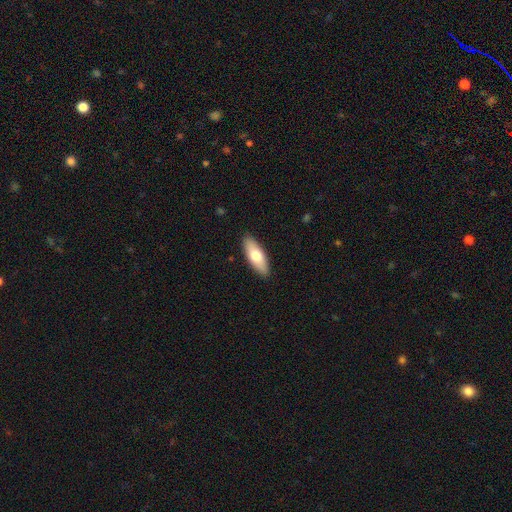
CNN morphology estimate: Smooth or featured: smooth — 70% (featured or disk — 24%)
How rounded: in between — 70% (cigar-shaped — 28%)
Merging: none — 89% (minor disturbance — 8%)